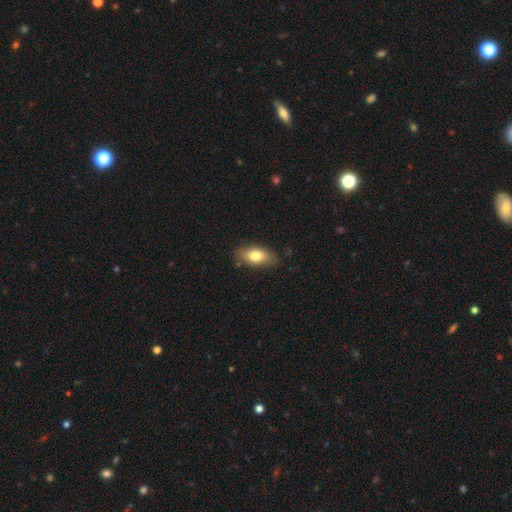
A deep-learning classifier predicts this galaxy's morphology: type=smooth (77%); roundness=in between (88%); merging=none (81%).